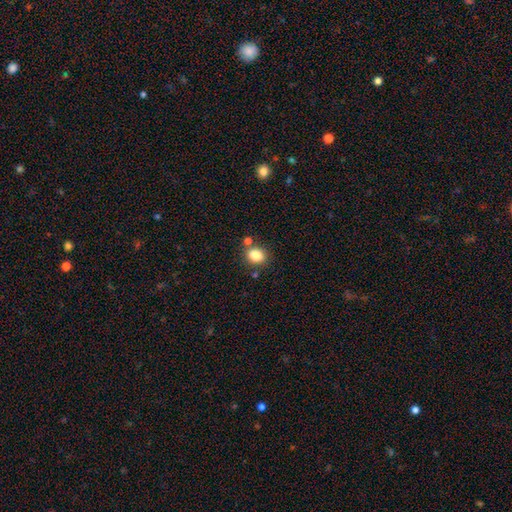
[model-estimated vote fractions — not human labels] Smooth or featured? smooth (84%)
How rounded? round (51%)
Merging? none (74%)